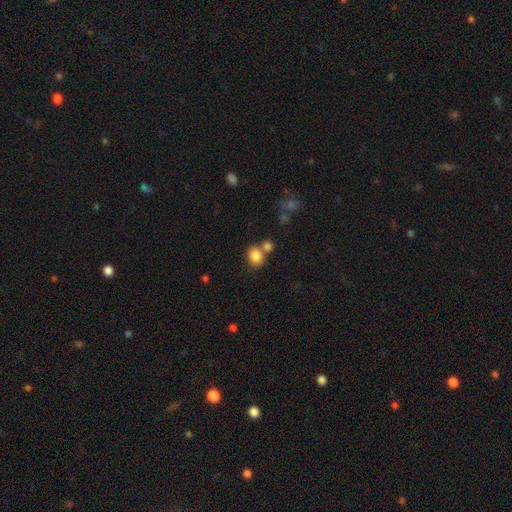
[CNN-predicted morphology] Overall: smooth (84%). How rounded: round (54%; in between 45%). Merging: none (57%; merger 28%).